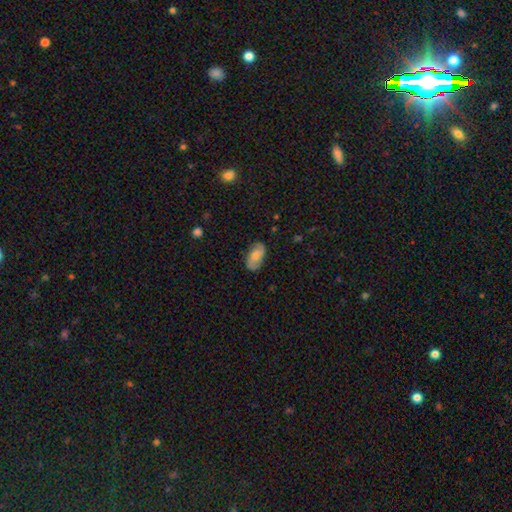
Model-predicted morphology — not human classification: This is possibly a smooth galaxy (60%). How rounded: clearly in between (93%). Merging: likely none (77%).